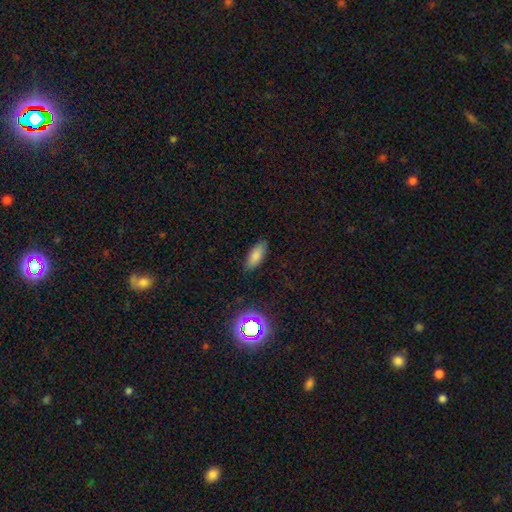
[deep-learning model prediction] A smooth galaxy with no disk features (81%) that is in between round and cigar-shaped (81%). Merging: none (84%).